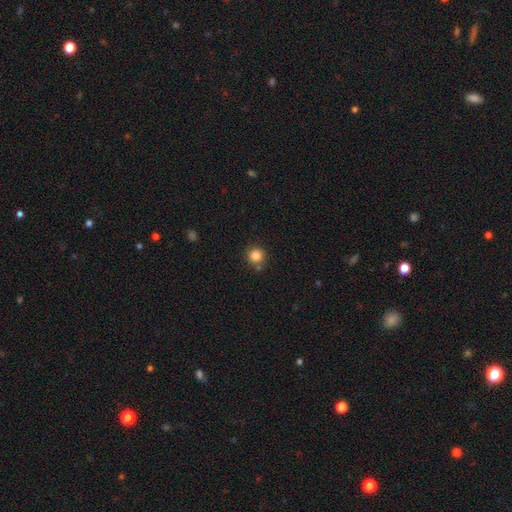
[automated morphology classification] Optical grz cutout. It shows a smooth galaxy with no disk features (84%) that is round (94%). Merging: none (81%).